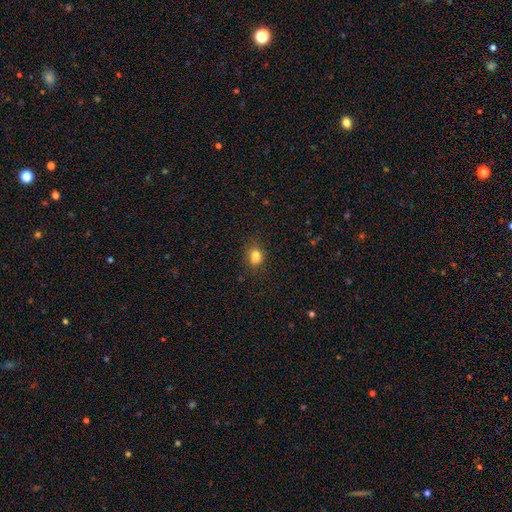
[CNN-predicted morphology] Smooth or featured? Predicted: smooth (p=0.77). How rounded? Predicted: round (p=0.52). Merging? Predicted: none (p=0.54).